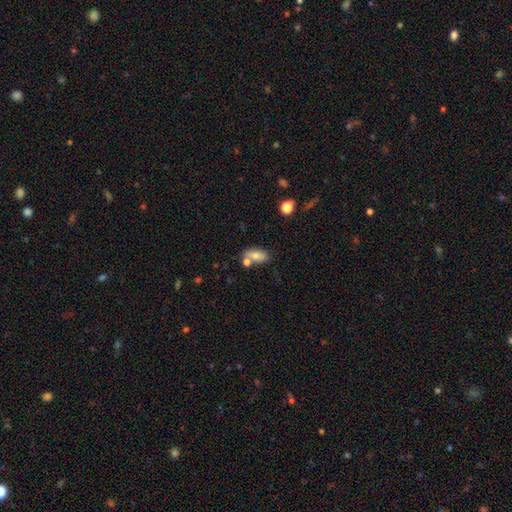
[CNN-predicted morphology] A smooth galaxy with no disk features (72%) that is in between round and cigar-shaped (88%).

Vote fractions:
- Smooth or featured? smooth: 72% / featured or disk: 19% / star or artifact: 9%
- How rounded? in between: 88% / round: 7% / cigar-shaped: 6%
- Merging? none: 58% / merger: 23% / minor disturbance: 14% / major disturbance: 4%